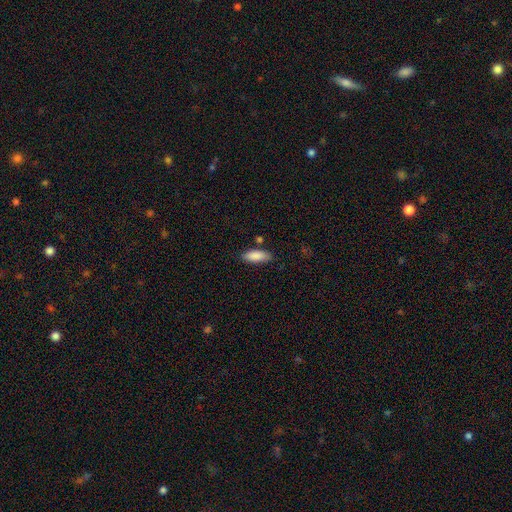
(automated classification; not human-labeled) A smooth galaxy with no disk features (88%) that is in between round and cigar-shaped (73%).

Vote fractions:
- Smooth or featured? smooth: 88% / star or artifact: 6% / featured or disk: 6%
- How rounded? in between: 73% / cigar-shaped: 25% / round: 2%
- Merging? none: 80% / minor disturbance: 13% / merger: 4% / major disturbance: 3%